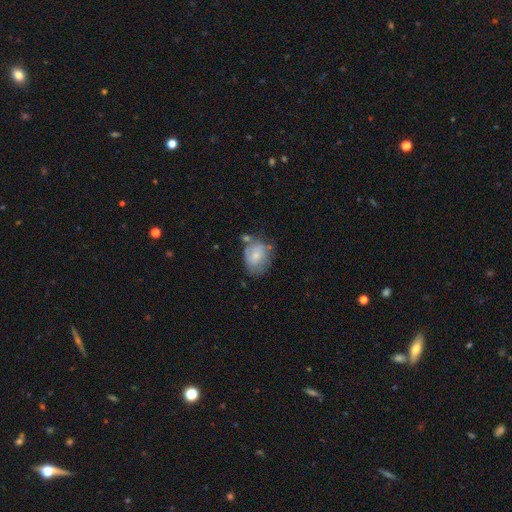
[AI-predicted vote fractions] Smooth or featured? Predicted: smooth (p=0.64). How rounded? Predicted: in between (p=0.57). Merging? Predicted: none (p=0.44).